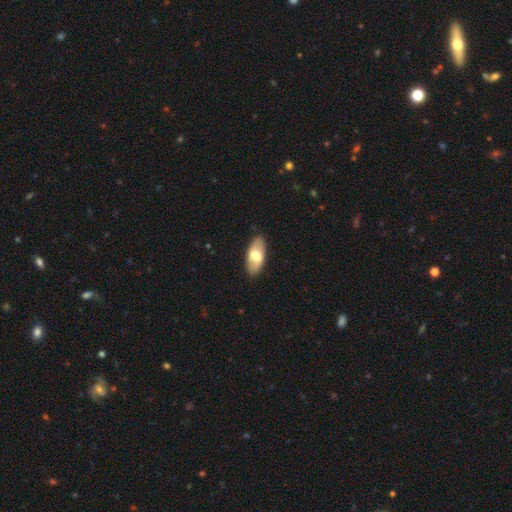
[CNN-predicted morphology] A smooth galaxy with no disk features (65%) that is in between round and cigar-shaped (90%).

Vote fractions:
- Smooth or featured? smooth: 65% / featured or disk: 29% / star or artifact: 5%
- How rounded? in between: 90% / cigar-shaped: 7% / round: 3%
- Merging? none: 87% / minor disturbance: 9% / major disturbance: 2% / merger: 1%